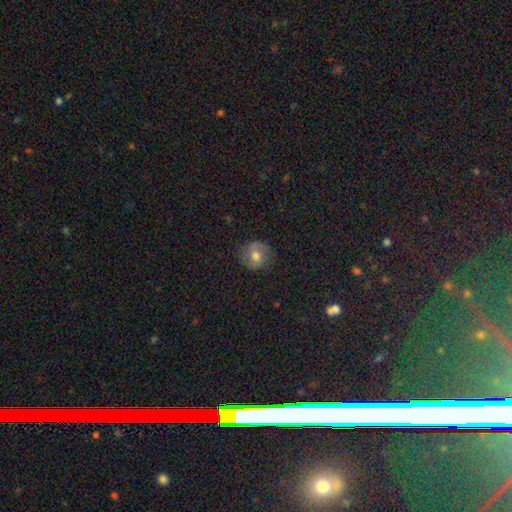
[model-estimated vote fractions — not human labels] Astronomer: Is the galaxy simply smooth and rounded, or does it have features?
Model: smooth — 66%.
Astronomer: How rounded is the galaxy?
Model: round — 88%.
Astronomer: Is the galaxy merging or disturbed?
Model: none — 83%.